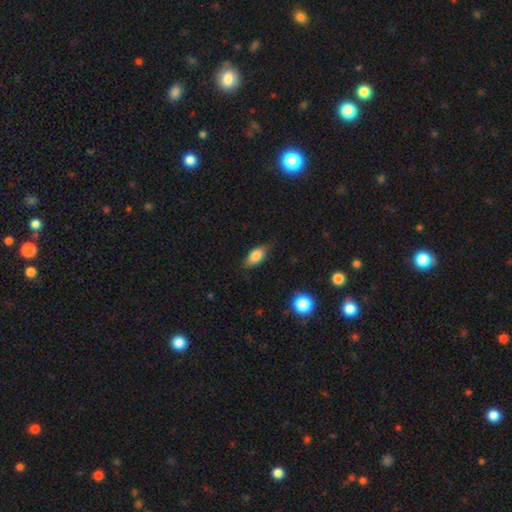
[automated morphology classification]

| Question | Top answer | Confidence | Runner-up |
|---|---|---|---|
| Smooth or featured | smooth | 78% | featured or disk (14%) |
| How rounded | in between | 85% | cigar-shaped (10%) |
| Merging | none | 76% | minor disturbance (19%) |